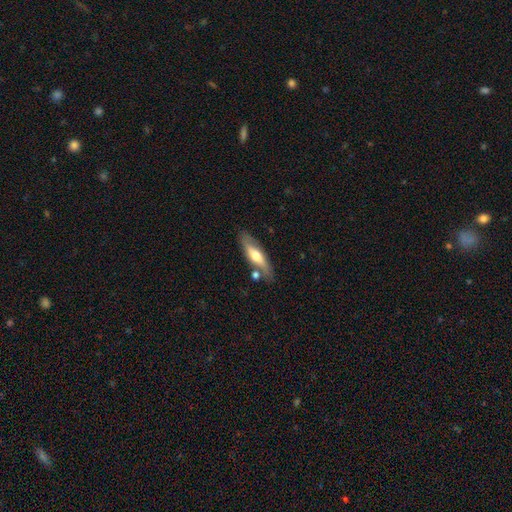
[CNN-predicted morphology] Smooth or featured: smooth — 49% (featured or disk — 45%)
Merging: none — 73% (minor disturbance — 15%)